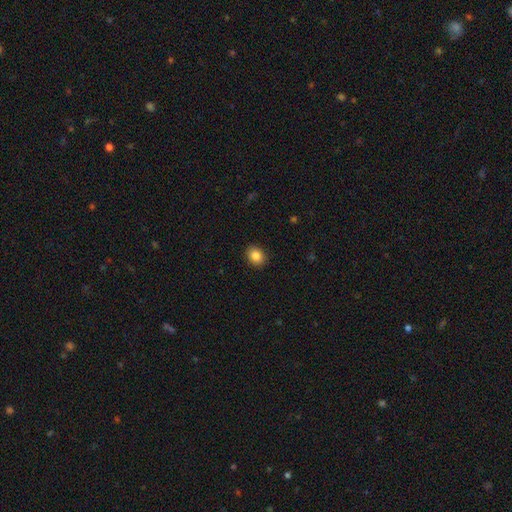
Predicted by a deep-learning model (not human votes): A smooth galaxy with no disk features (85%) that is round (54%). Merging: none (91%).